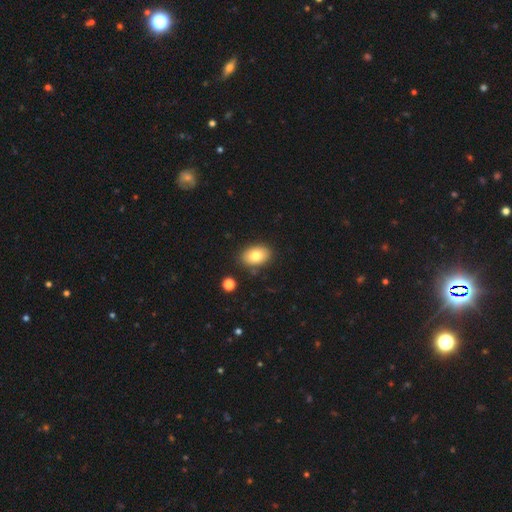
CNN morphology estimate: A smooth galaxy with no disk features (81%) that is in between round and cigar-shaped (87%).

Vote fractions:
- Smooth or featured? smooth: 81% / featured or disk: 11% / star or artifact: 8%
- How rounded? in between: 87% / round: 11% / cigar-shaped: 1%
- Merging? none: 84% / minor disturbance: 10% / merger: 3% / major disturbance: 3%